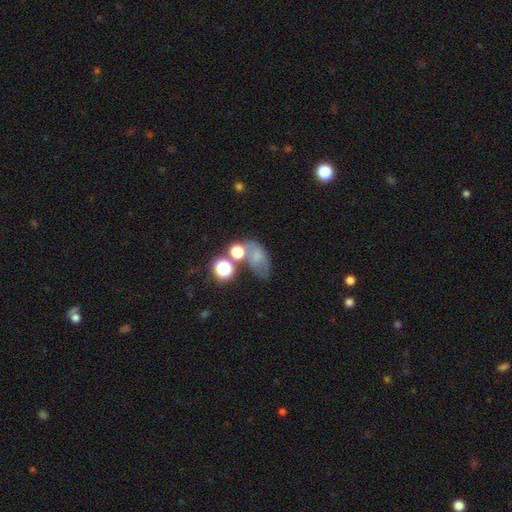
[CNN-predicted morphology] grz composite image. It shows a smooth galaxy with no disk features (55%) that is in between round and cigar-shaped (75%). Merging: none (33%).